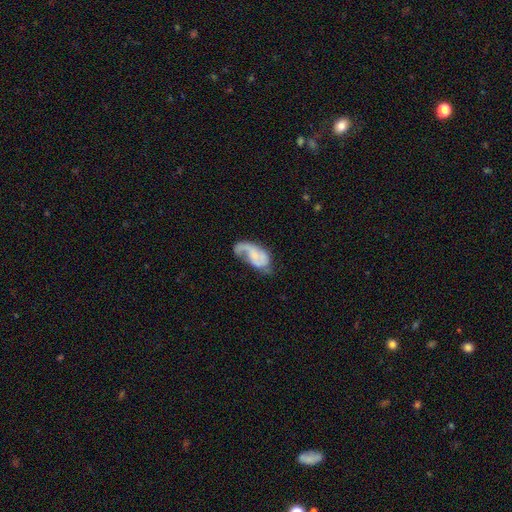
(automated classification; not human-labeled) featured or disk 72%, smooth 22%, star or artifact 6%. Down the decision tree: edge-on disk — no (97%); bar — no (61%); spiral arms — yes (89%); spiral arm count — 2 (62%); spiral winding — loose (47%); bulge size — small (48%); merging — none (38%).